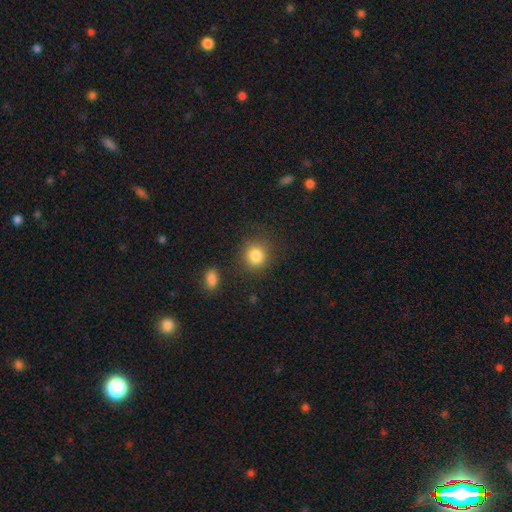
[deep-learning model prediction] smooth_or_featured: smooth (p=0.84) [alt: star or artifact p=0.10]
how_rounded: round (p=0.85) [alt: in between p=0.15]
merging: none (p=0.82) [alt: minor disturbance p=0.11]